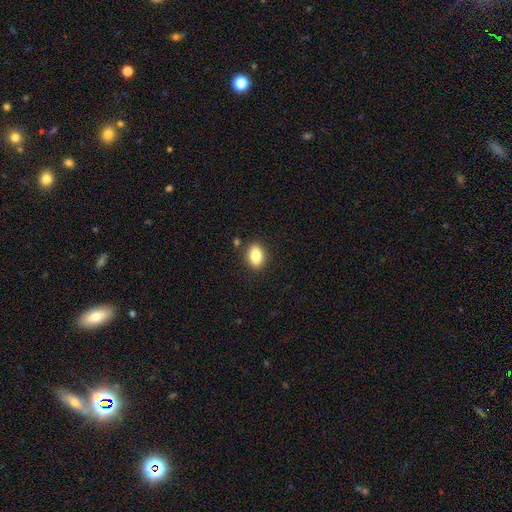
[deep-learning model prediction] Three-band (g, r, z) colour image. It shows a smooth galaxy with no disk features (80%) that is in between round and cigar-shaped (75%). Merging: none (87%).